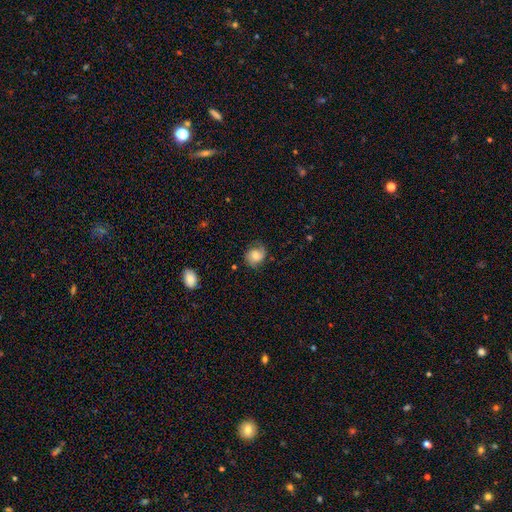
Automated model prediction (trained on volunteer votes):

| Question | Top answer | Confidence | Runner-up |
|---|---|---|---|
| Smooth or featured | smooth | 56% | featured or disk (35%) |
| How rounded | round | 62% | in between (37%) |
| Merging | none | 66% | minor disturbance (24%) |